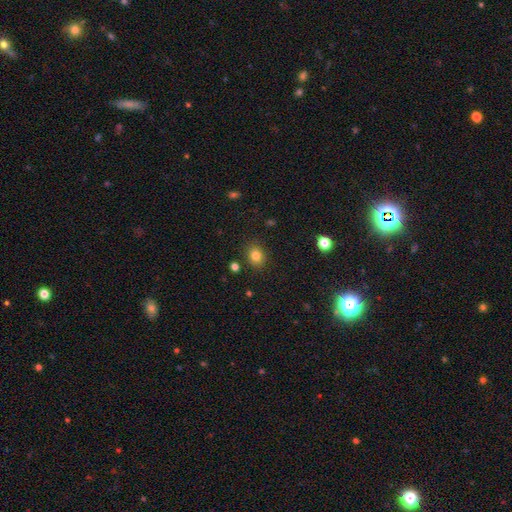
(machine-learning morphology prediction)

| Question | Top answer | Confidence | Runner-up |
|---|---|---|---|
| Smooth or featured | smooth | 82% | star or artifact (12%) |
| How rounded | round | 61% | in between (39%) |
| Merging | none | 86% | minor disturbance (9%) |